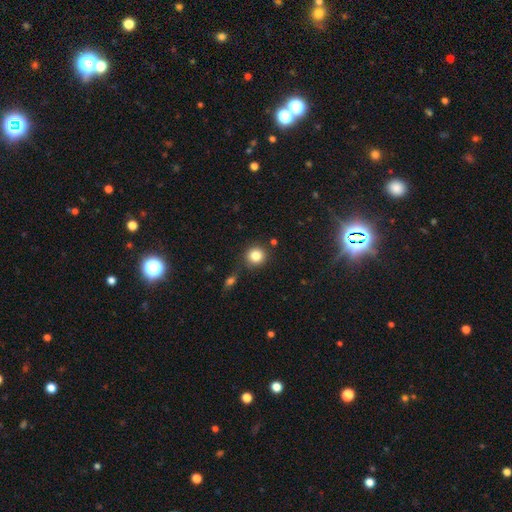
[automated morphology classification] Smooth or featured? smooth (83%)
How rounded? round (91%)
Merging? none (83%)